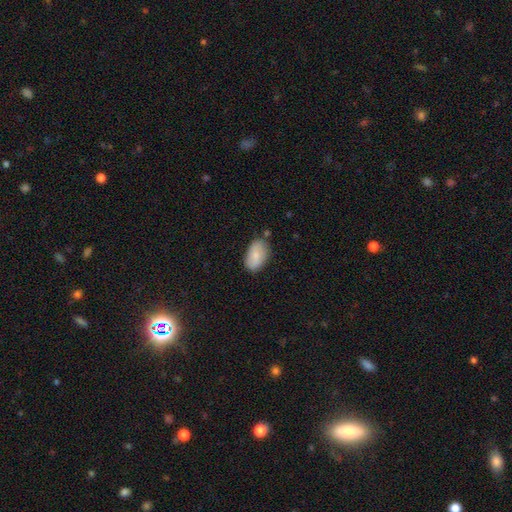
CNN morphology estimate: Smooth or featured? Predicted: smooth (p=0.81). How rounded? Predicted: in between (p=0.94). Merging? Predicted: none (p=0.74).